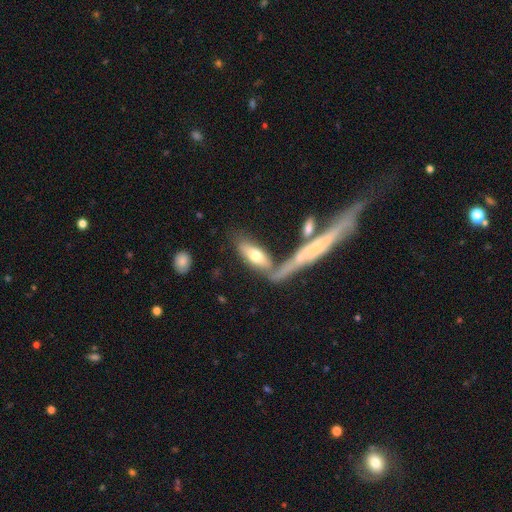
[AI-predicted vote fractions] smooth_or_featured: smooth (p=0.65) [alt: featured or disk p=0.29]
how_rounded: in between (p=0.55) [alt: cigar-shaped p=0.42]
merging: none (p=0.49) [alt: merger p=0.30]